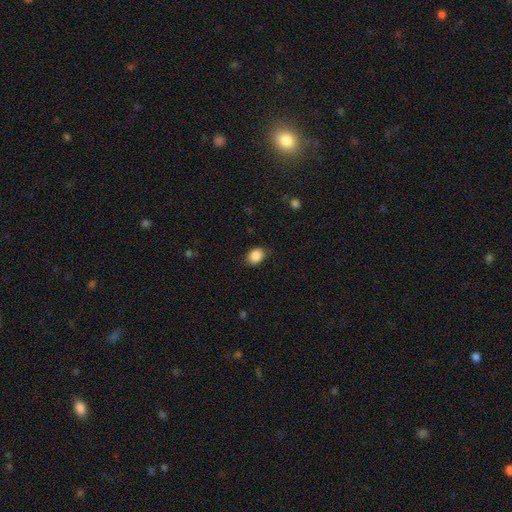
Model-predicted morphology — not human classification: Smooth or featured: smooth — 88% (star or artifact — 8%)
How rounded: in between — 60% (round — 39%)
Merging: none — 77% (minor disturbance — 18%)